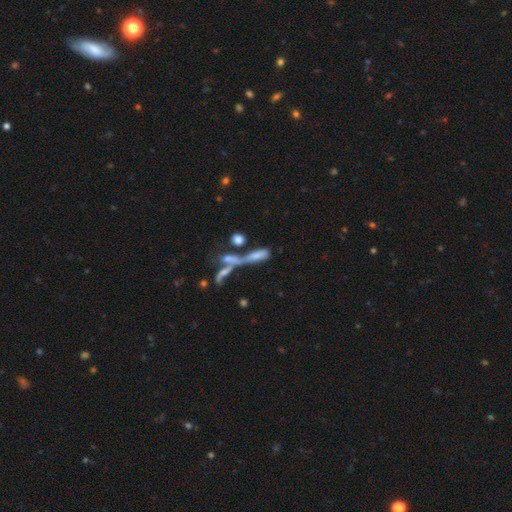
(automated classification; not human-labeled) This is possibly a smooth galaxy (46%). Merging: possibly merger (52%).